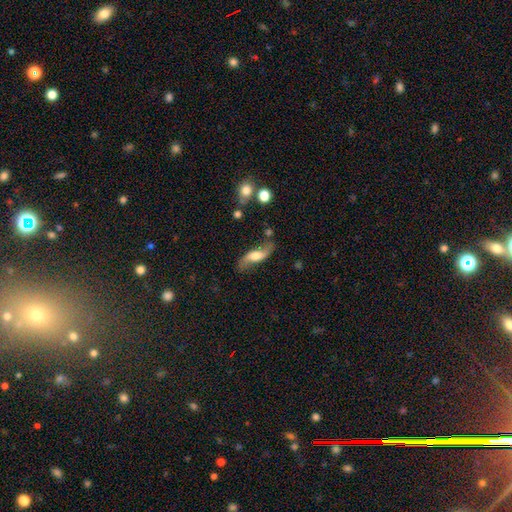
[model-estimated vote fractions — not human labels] A featured or disk galaxy (61%). Merging: none (67%).